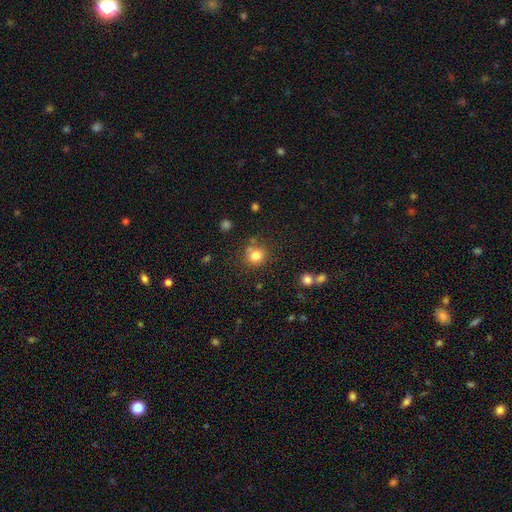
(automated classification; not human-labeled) Smooth or featured: smooth — 81% (star or artifact — 12%)
How rounded: round — 90% (in between — 10%)
Merging: none — 77% (minor disturbance — 11%)